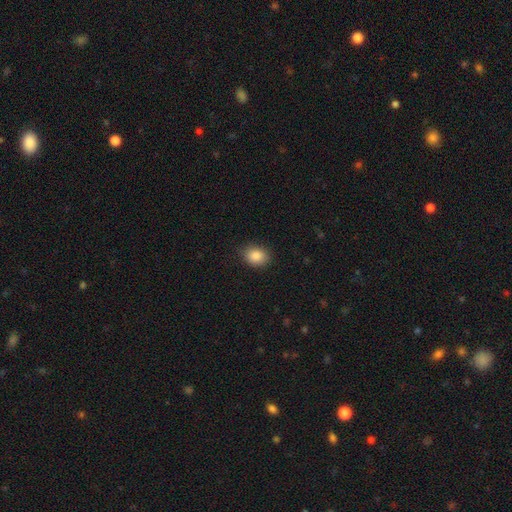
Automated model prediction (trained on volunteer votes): A smooth galaxy with no disk features (87%) that is in between round and cigar-shaped (53%). Merging: none (84%).